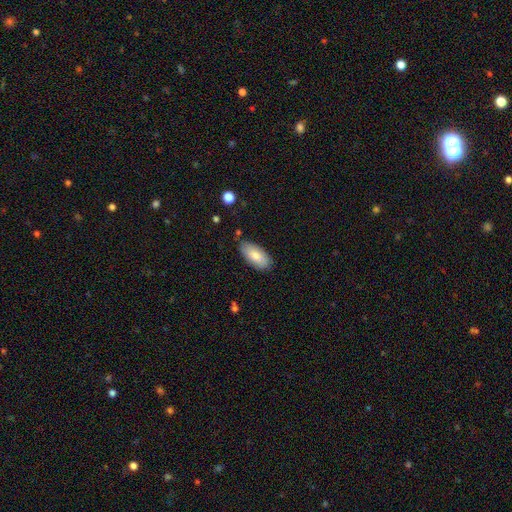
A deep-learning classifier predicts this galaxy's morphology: type=smooth (81%); roundness=in between (91%); merging=none (82%).